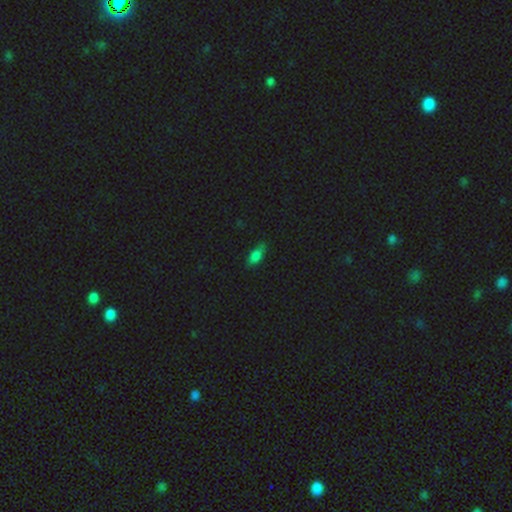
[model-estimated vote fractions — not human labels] This appears to be a smooth galaxy with no disk features (75%) that is in between round and cigar-shaped (82%). Merging: none (71%).